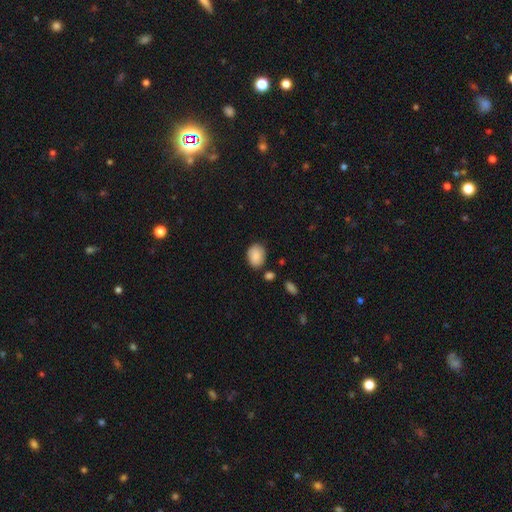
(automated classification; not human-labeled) The model was most divided on "how rounded": in between: 62%, round: 37%, cigar-shaped: 1%. More confident: smooth or featured — smooth (87%); merging — none (76%).